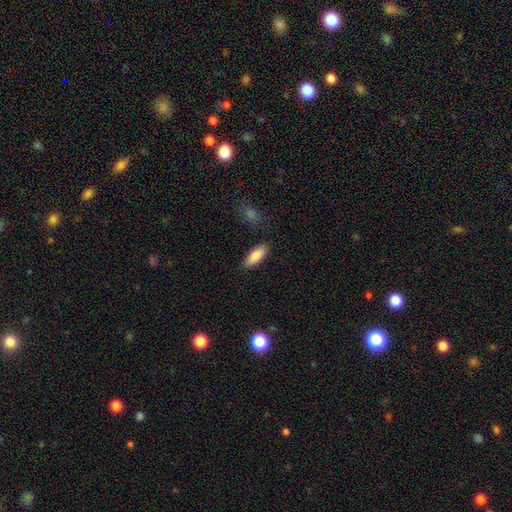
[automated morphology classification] Overall: smooth (83%). How rounded: in between (72%). Merging: none (86%).